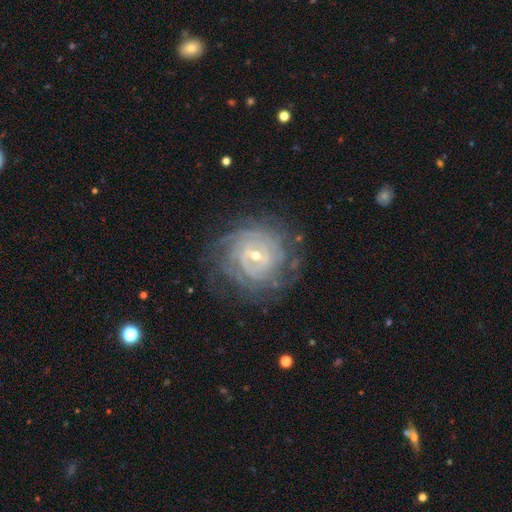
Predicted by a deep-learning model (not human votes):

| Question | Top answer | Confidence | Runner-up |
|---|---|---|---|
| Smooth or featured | featured or disk | 89% | star or artifact (6%) |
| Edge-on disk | no | 97% | yes (3%) |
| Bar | weak | 49% | no (27%) |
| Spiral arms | yes | 97% | no (3%) |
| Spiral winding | tight | 84% | medium (13%) |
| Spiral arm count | can't tell | 32% | 4 (21%) |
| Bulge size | small | 61% | moderate (36%) |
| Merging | none | 76% | minor disturbance (15%) |